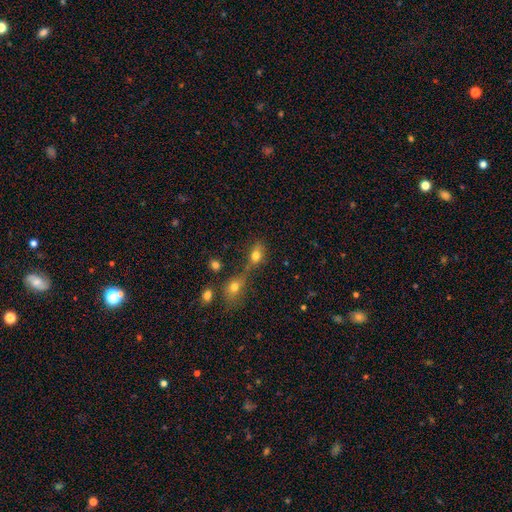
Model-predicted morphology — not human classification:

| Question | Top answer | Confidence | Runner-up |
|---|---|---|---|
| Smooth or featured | smooth | 76% | star or artifact (12%) |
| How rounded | in between | 74% | round (22%) |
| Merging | merger | 45% | none (36%) |